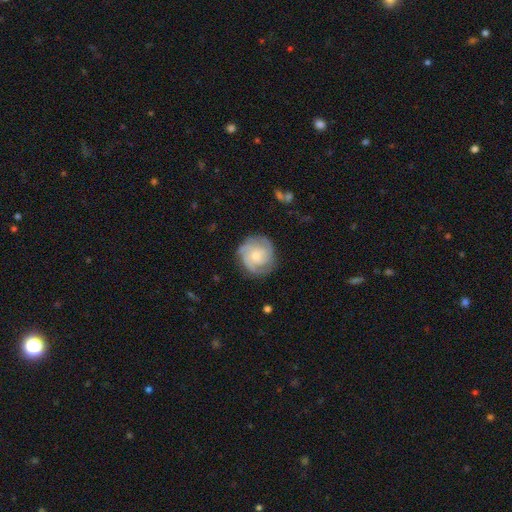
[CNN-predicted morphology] Overall: featured or disk (75%). Edge-on disk: no (98%). Bar: no (75%). Spiral arms: yes (94%). Spiral arm count: 3 (40%; can't tell 22%). Spiral winding: tight (56%; medium 35%). Bulge size: small (54%; moderate 40%). Merging: none (77%).